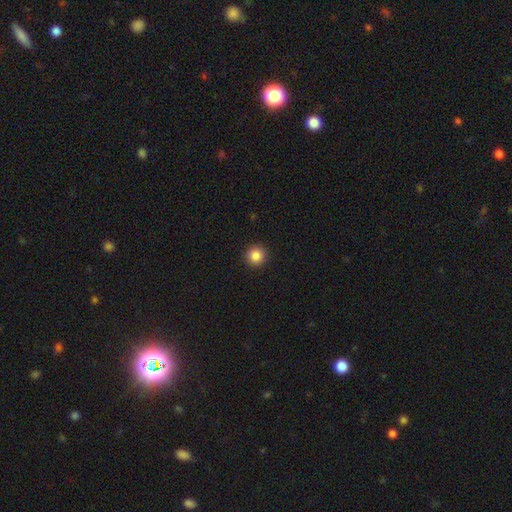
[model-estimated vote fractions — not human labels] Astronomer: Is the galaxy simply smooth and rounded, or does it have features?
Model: smooth — 86%.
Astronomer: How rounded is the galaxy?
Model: round — 96%.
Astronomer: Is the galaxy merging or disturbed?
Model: none — 93%.